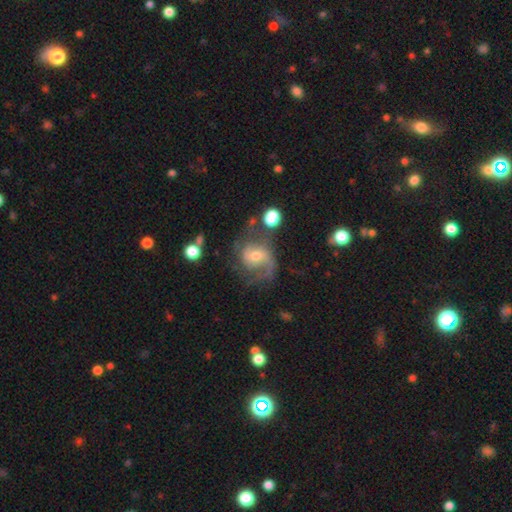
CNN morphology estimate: Smooth or featured? featured or disk (74%)
Edge-on disk? no (97%)
Bar? no (49%)
Spiral arms? yes (90%)
Spiral winding? medium (45%)
Spiral arm count? 2 (51%)
Bulge size? moderate (52%)
Merging? none (46%)